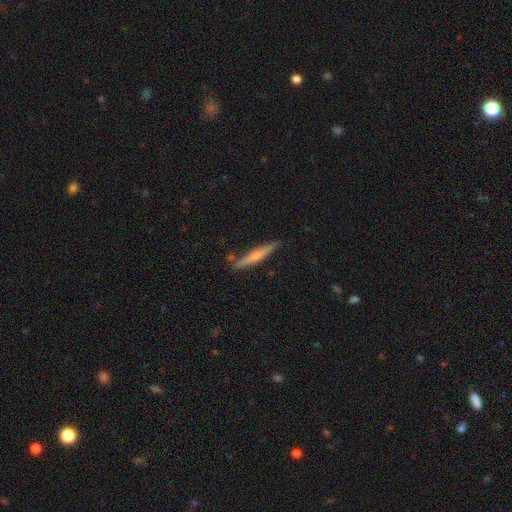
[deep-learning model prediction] Smooth or featured?
  - smooth: 48% *
  - featured or disk: 46%
  - star or artifact: 6%
Merging?
  - none: 84% *
  - minor disturbance: 11%
  - merger: 3%
  - major disturbance: 2%